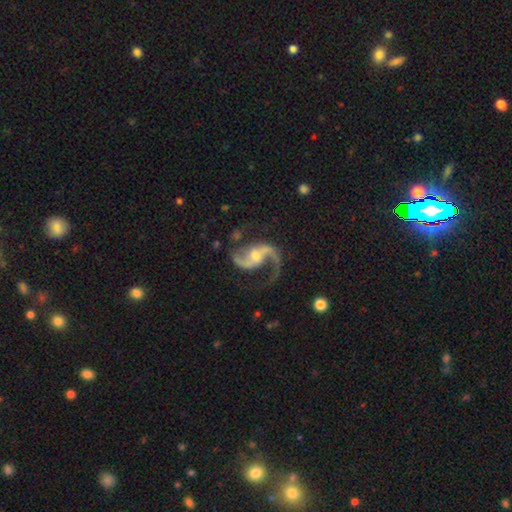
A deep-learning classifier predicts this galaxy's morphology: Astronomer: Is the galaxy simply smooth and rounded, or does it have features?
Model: featured or disk — 92%.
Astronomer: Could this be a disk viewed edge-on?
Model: no — 98%.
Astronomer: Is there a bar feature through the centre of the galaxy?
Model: weak — 42% (runner-up: no, 38%).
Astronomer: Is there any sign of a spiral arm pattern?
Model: yes — 98%.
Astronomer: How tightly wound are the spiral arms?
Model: loose — 60%.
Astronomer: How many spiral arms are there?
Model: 2 — 91%.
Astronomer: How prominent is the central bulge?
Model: moderate — 51% (runner-up: small, 39%).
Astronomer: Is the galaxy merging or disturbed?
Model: none — 69%.